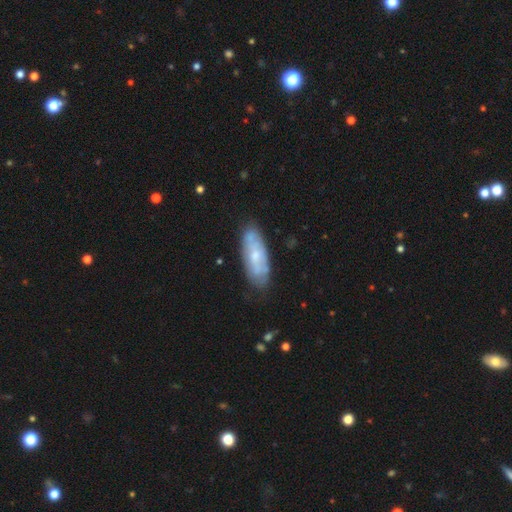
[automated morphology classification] Smooth or featured?
  - featured or disk: 52% *
  - smooth: 42%
  - star or artifact: 6%
Edge-on disk?
  - no: 84% *
  - yes: 16%
Merging?
  - none: 75% *
  - minor disturbance: 18%
  - major disturbance: 4%
  - merger: 2%